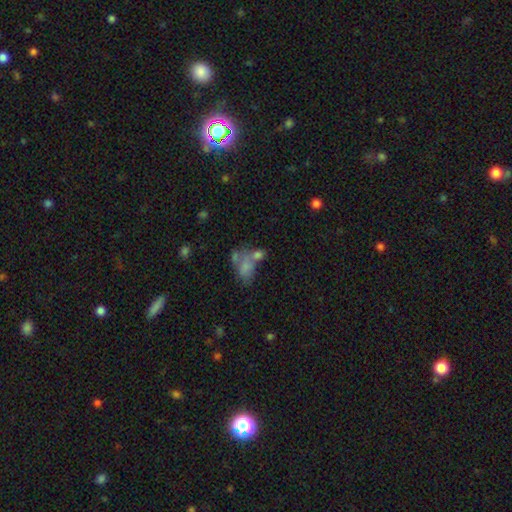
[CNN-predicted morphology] A smooth galaxy with no disk features (51%) that is in between round and cigar-shaped (76%).

Vote fractions:
- Smooth or featured? smooth: 51% / featured or disk: 27% / star or artifact: 22%
- How rounded? in between: 76% / round: 21% / cigar-shaped: 4%
- Merging? merger: 43% / none: 28% / major disturbance: 15% / minor disturbance: 13%